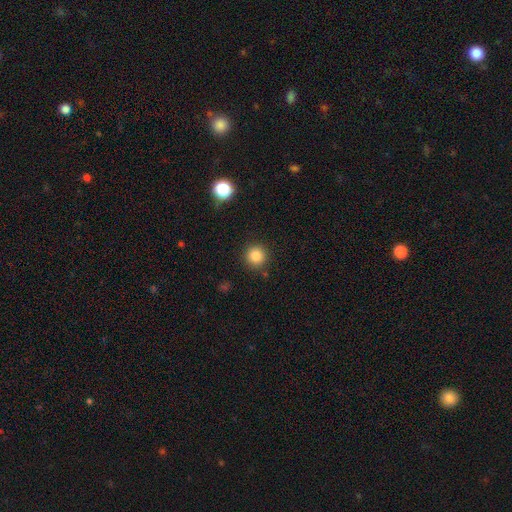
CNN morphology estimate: A smooth galaxy with no disk features (84%) that is round (94%). Merging: none (89%).